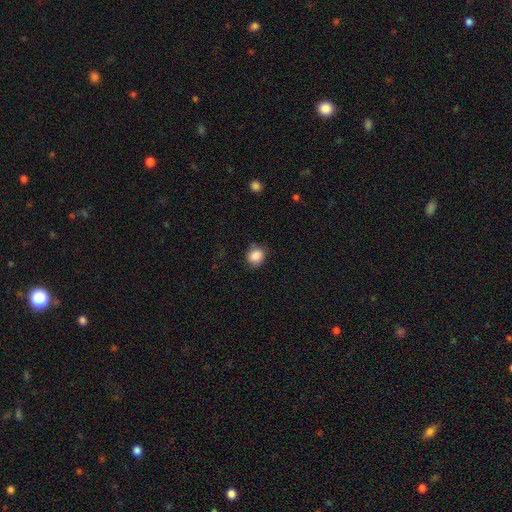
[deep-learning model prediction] Smooth or featured: smooth — 87% (star or artifact — 9%)
How rounded: round — 71% (in between — 28%)
Merging: none — 76% (minor disturbance — 18%)